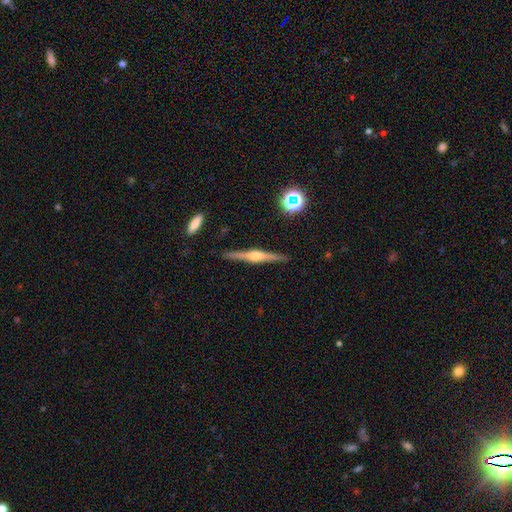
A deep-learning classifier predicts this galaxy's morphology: smooth-or-featured: featured or disk: 78% | smooth: 16% | star or artifact: 7%
  disk-edge-on: yes: 98% | no: 2%
    edge-on-bulge: rounded: 86% | boxy: 10% | none: 4%
  merging: none: 91% | minor disturbance: 7% | major disturbance: 1% | merger: 1%